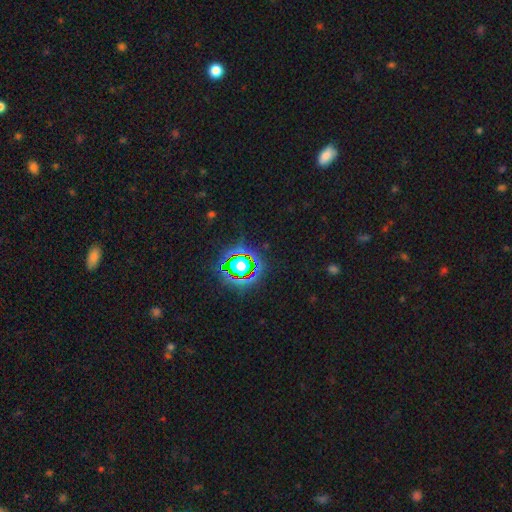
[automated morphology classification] This appears to be a star or artifact, not a galaxy (78%).